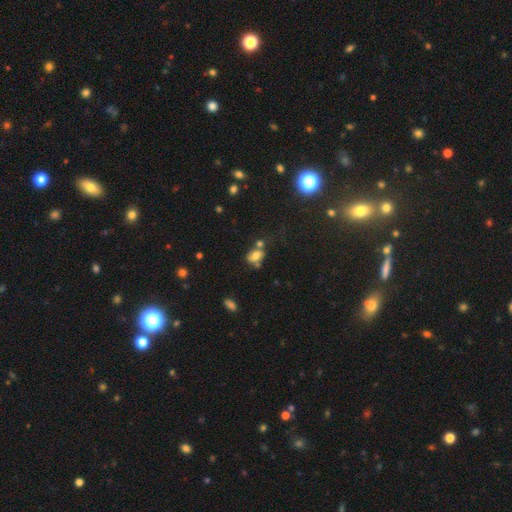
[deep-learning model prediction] smooth 63%, featured or disk 22%, star or artifact 15%. Down the decision tree: how rounded — in between (78%); merging — none (37%).